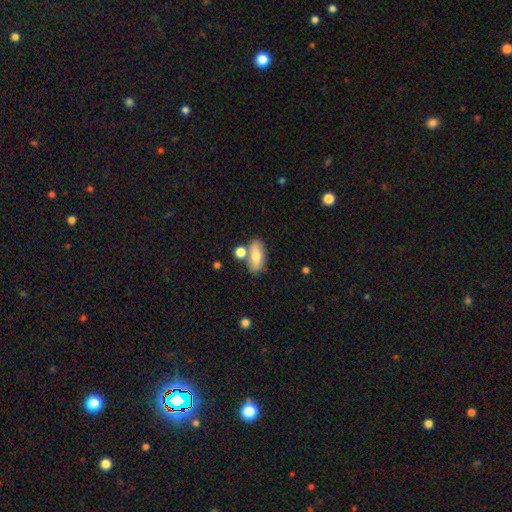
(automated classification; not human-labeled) Smooth or featured?
  - smooth: 76% *
  - featured or disk: 16%
  - star or artifact: 7%
How rounded?
  - in between: 79% *
  - cigar-shaped: 16%
  - round: 6%
Merging?
  - none: 63% *
  - merger: 20%
  - minor disturbance: 13%
  - major disturbance: 4%